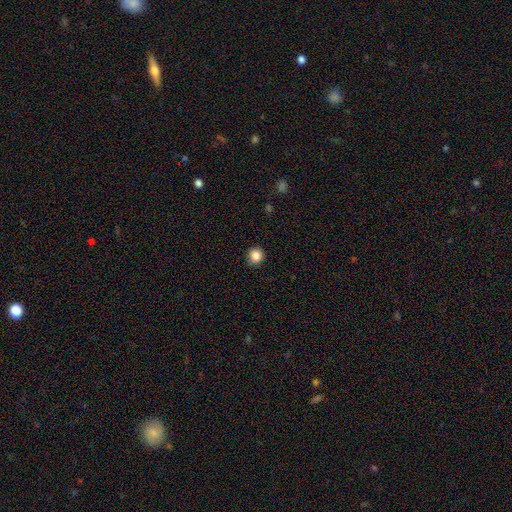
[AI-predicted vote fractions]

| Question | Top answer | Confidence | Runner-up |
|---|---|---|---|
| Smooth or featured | smooth | 85% | star or artifact (11%) |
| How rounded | round | 91% | in between (8%) |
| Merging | none | 91% | minor disturbance (6%) |